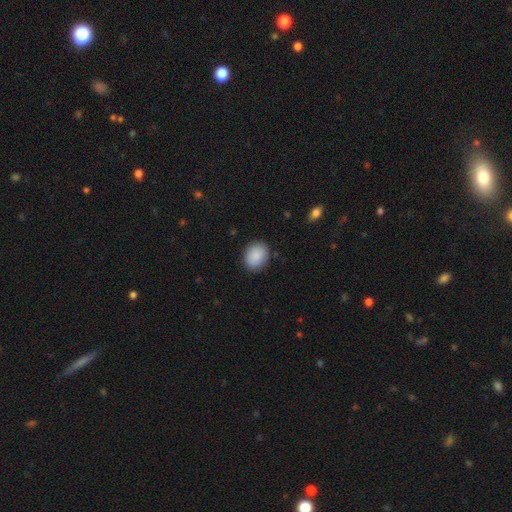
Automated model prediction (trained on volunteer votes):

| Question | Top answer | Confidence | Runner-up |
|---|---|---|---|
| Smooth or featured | smooth | 89% | star or artifact (7%) |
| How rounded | in between | 56% | round (43%) |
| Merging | none | 87% | minor disturbance (10%) |